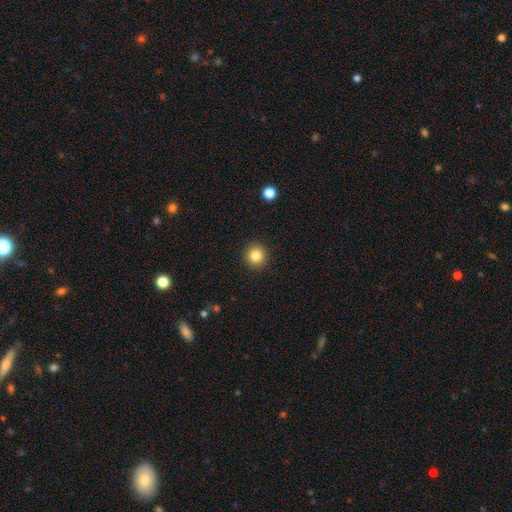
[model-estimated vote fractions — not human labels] This is clearly a smooth galaxy (83%). How rounded: clearly round (94%). Merging: clearly none (92%).